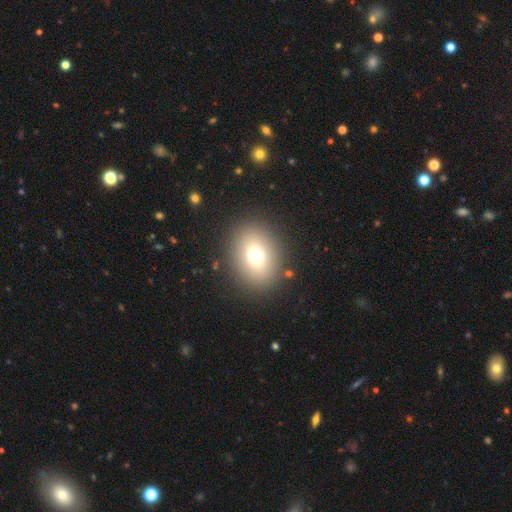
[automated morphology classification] Smooth or featured: smooth — 71% (star or artifact — 16%)
How rounded: round — 51% (in between — 48%)
Merging: none — 87% (minor disturbance — 8%)